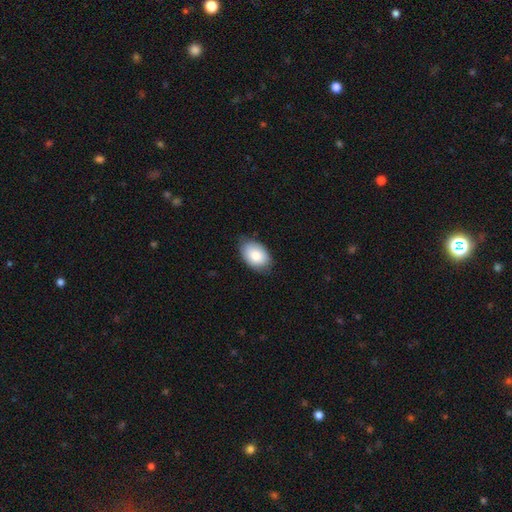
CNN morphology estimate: smooth_or_featured: smooth (p=0.83) [alt: featured or disk p=0.11]
how_rounded: in between (p=0.89) [alt: round p=0.10]
merging: none (p=0.78) [alt: minor disturbance p=0.18]